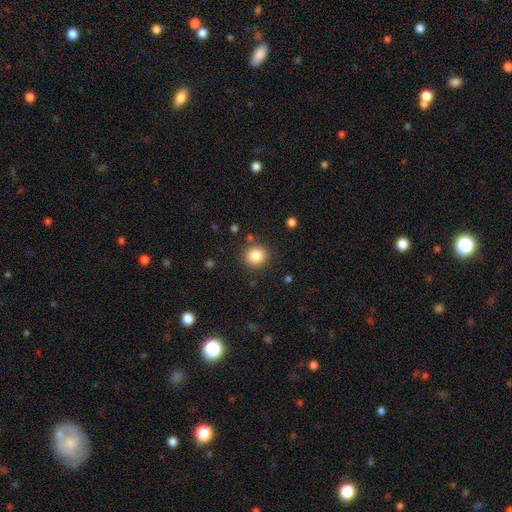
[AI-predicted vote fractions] Morphology: type=smooth (84%); roundness=round (87%); merging=none (87%).